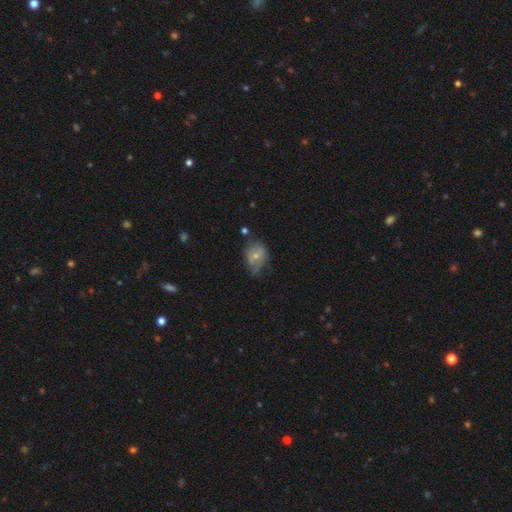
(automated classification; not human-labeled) Smooth or featured? Predicted: smooth (p=0.54). How rounded? Predicted: in between (p=0.59). Merging? Predicted: none (p=0.42).